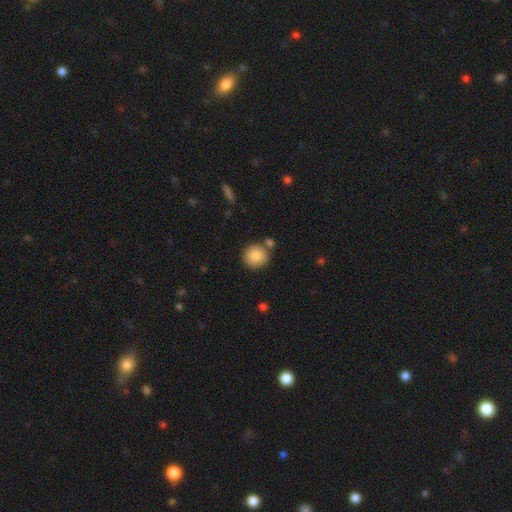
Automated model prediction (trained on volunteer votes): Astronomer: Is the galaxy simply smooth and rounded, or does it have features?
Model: smooth — 85%.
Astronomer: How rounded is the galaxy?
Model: round — 92%.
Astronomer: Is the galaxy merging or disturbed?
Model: none — 78%.